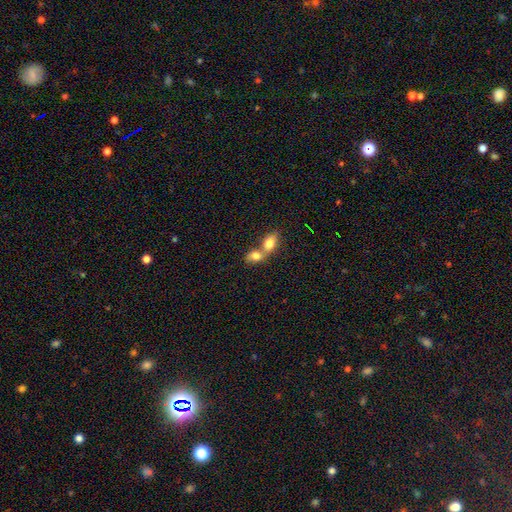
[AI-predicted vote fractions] Q: Smooth or featured?
A: smooth (78%); runner-up: featured or disk (13%)
Q: How rounded?
A: in between (69%); runner-up: round (28%)
Q: Merging?
A: merger (74%); runner-up: none (18%)